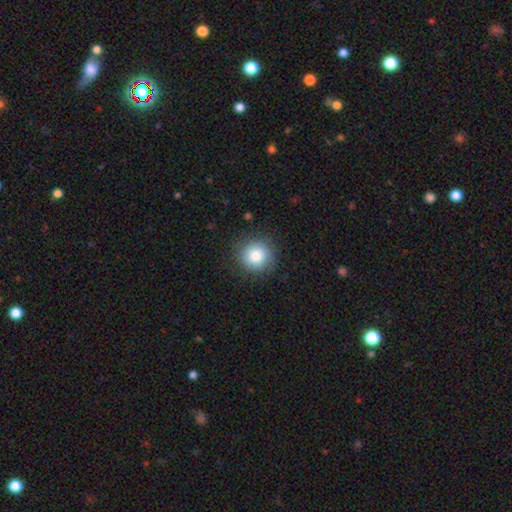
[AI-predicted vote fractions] Morphology: type=smooth (80%); roundness=round (94%); merging=none (86%).